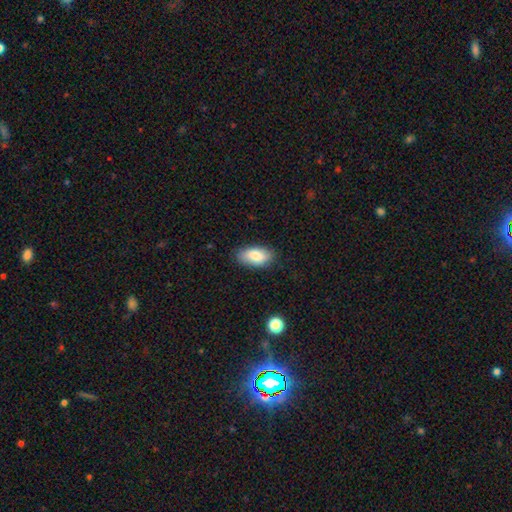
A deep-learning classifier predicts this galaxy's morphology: Q: Smooth or featured?
A: smooth (82%); runner-up: featured or disk (11%)
Q: How rounded?
A: in between (93%); runner-up: cigar-shaped (4%)
Q: Merging?
A: none (84%); runner-up: minor disturbance (13%)